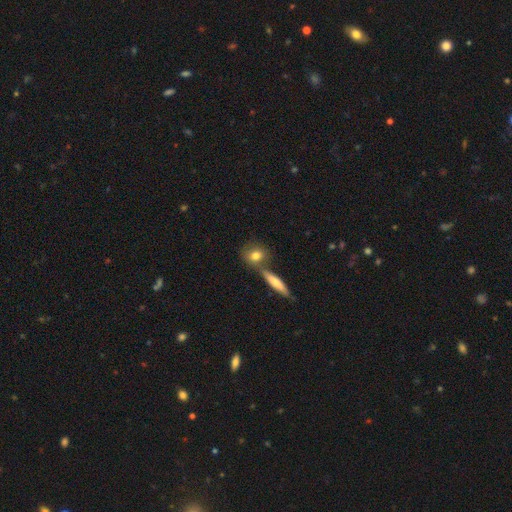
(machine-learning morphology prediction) Smooth or featured? smooth (73%)
How rounded? round (56%)
Merging? none (57%)